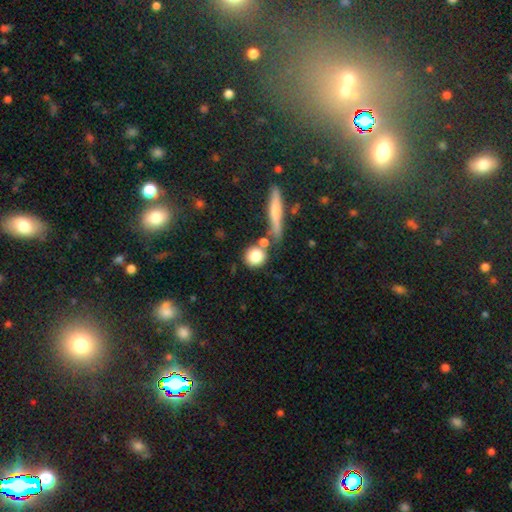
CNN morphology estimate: This appears to be a smooth galaxy with no disk features (81%) that is round (82%). Merging: none (66%).